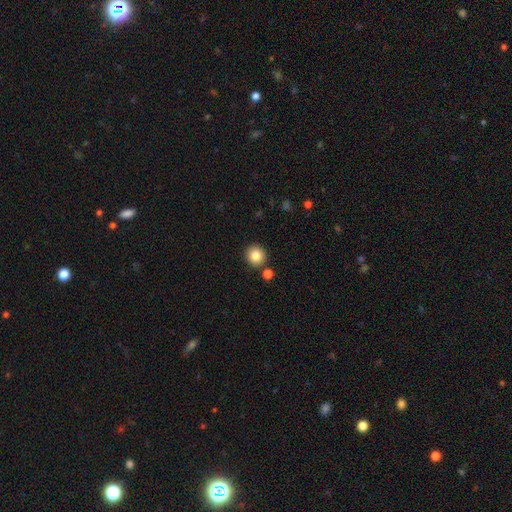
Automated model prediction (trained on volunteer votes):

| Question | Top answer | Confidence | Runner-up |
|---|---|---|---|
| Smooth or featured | smooth | 84% | star or artifact (10%) |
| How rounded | round | 92% | in between (7%) |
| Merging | none | 86% | minor disturbance (6%) |